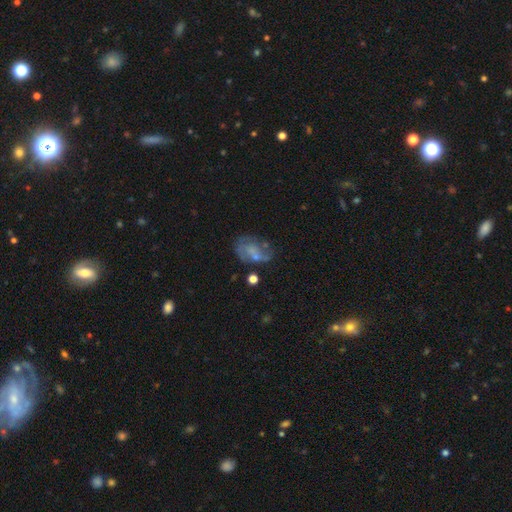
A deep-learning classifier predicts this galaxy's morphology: smooth_or_featured: featured or disk (p=0.51) [alt: smooth p=0.32]
disk_edge_on: no (p=0.96) [alt: yes p=0.04]
merging: none (p=0.49) [alt: minor disturbance p=0.23]